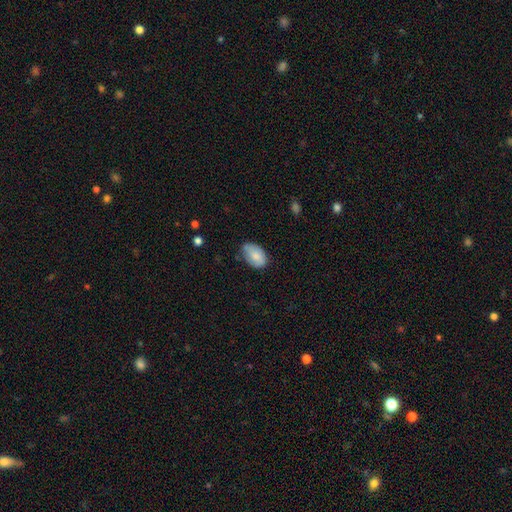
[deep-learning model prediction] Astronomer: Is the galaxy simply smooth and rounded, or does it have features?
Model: smooth — 76%.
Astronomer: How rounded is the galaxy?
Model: in between — 90%.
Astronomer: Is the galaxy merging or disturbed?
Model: none — 64%.